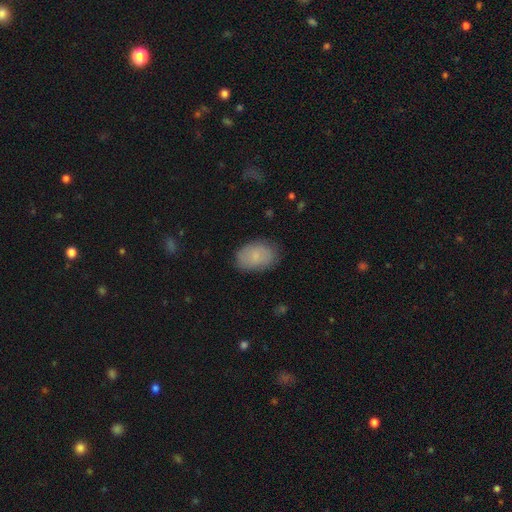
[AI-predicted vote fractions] smooth 78%, featured or disk 15%, star or artifact 7%. Down the decision tree: how rounded — in between (86%); merging — none (77%).